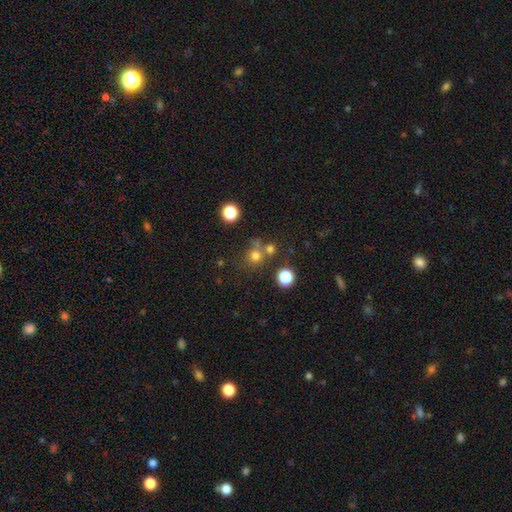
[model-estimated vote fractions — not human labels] This is likely a smooth galaxy (72%). How rounded: clearly round (89%). Merging: likely none (64%).